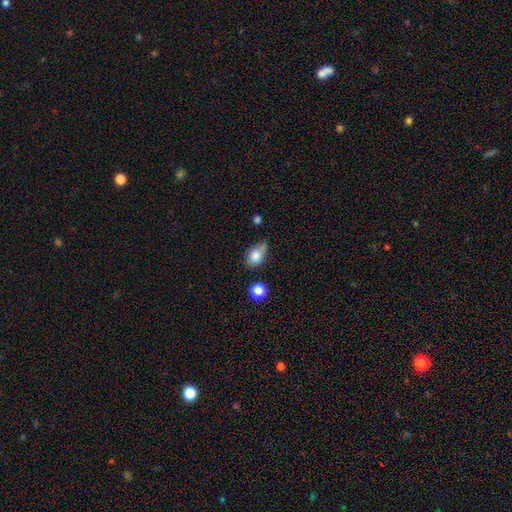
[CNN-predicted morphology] Q: Smooth or featured?
A: smooth (79%); runner-up: featured or disk (12%)
Q: How rounded?
A: in between (73%); runner-up: round (24%)
Q: Merging?
A: none (41%); runner-up: minor disturbance (40%)